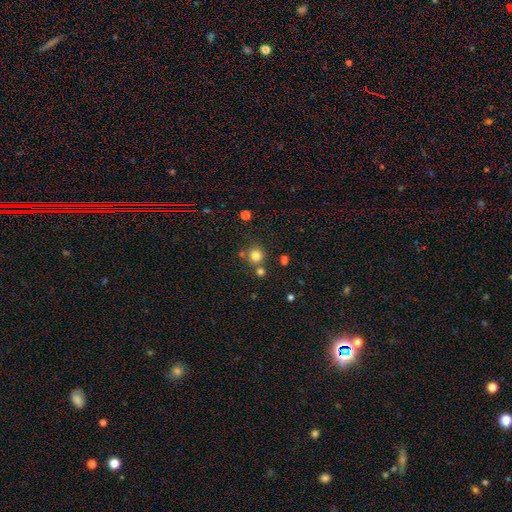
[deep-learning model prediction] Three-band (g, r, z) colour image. It shows a smooth galaxy with no disk features (79%) that is round (92%). Merging: none (73%).